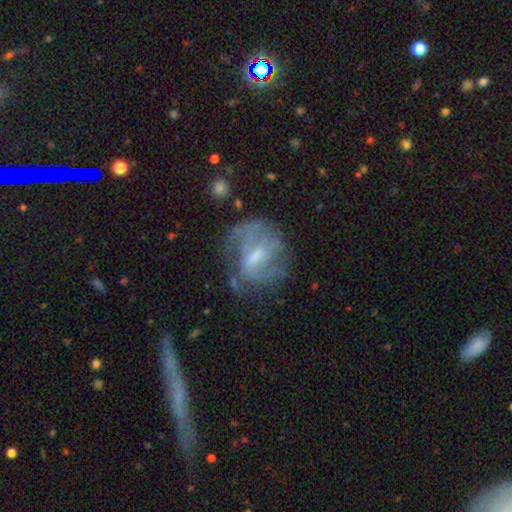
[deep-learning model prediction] Morphology: type=featured or disk (73%); edge-on=no (96%); bar=weak (54%); spiral arms=yes (78%); winding=medium (43%); arm count=2 (42%); bulge=small (41%, tied with moderate); merging=none (57%).